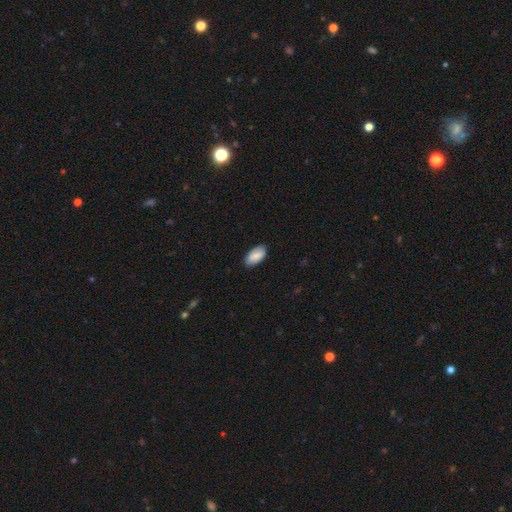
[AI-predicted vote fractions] Smooth or featured? smooth (86%)
How rounded? in between (95%)
Merging? none (85%)